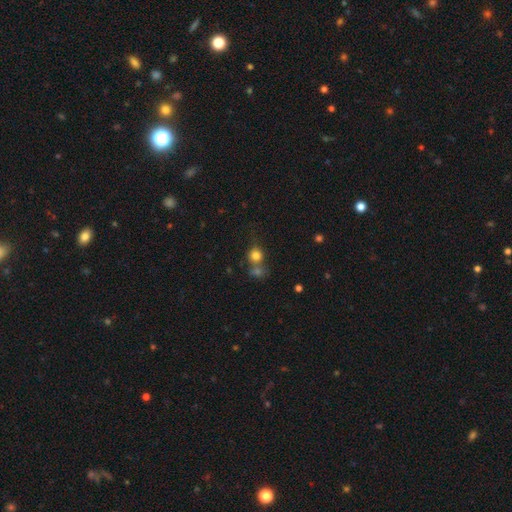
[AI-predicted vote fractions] The model was most divided on "merging": none: 50%, merger: 33%, minor disturbance: 10%, major disturbance: 6%. More confident: how rounded — round (85%); smooth or featured — smooth (77%).